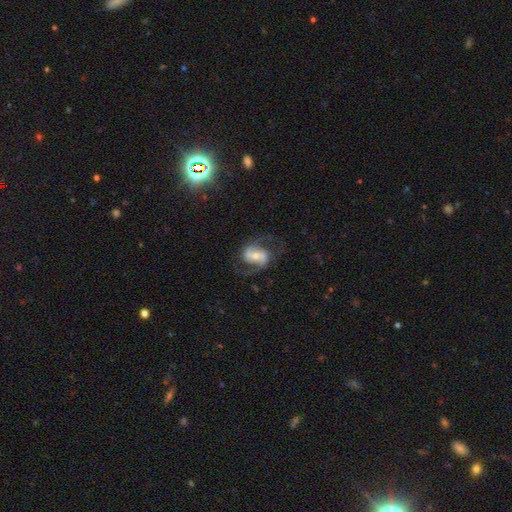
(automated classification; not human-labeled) Q: Smooth or featured?
A: featured or disk (83%); runner-up: smooth (10%)
Q: Edge-on disk?
A: no (98%); runner-up: yes (2%)
Q: Bar?
A: weak (41%); runner-up: no (33%)
Q: Spiral arms?
A: yes (95%); runner-up: no (5%)
Q: Spiral winding?
A: medium (52%); runner-up: loose (35%)
Q: Spiral arm count?
A: 2 (90%); runner-up: can't tell (3%)
Q: Bulge size?
A: moderate (55%); runner-up: small (37%)
Q: Merging?
A: none (70%); runner-up: minor disturbance (15%)